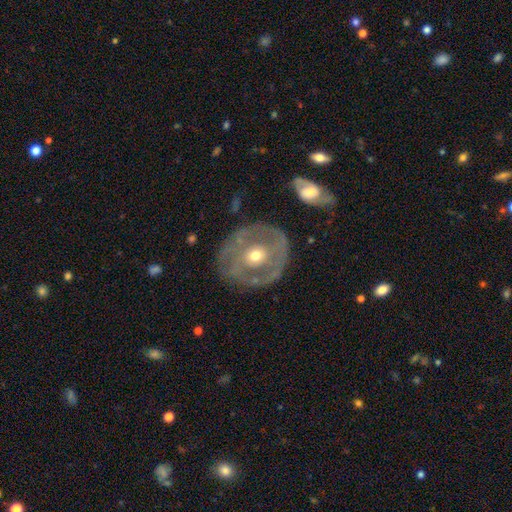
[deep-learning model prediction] smooth-or-featured: featured or disk: 66% | smooth: 29% | star or artifact: 6%
  disk-edge-on: no: 95% | yes: 5%
    bar: no: 78% | weak: 16% | strong: 6%
    has-spiral-arms: no: 67% | yes: 33%
    bulge-size: moderate: 64% | small: 29% | large: 5% | none: 1% | dominant: 1%
  merging: none: 73% | minor disturbance: 16% | major disturbance: 9% | merger: 2%